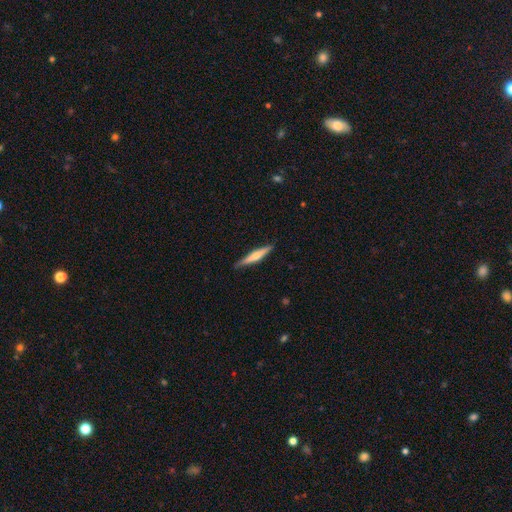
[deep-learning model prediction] The model was most divided on "smooth or featured": featured or disk: 54%, smooth: 40%, star or artifact: 6%. More confident: edge-on disk — yes (96%); merging — none (86%); edge-on bulge — rounded (79%).